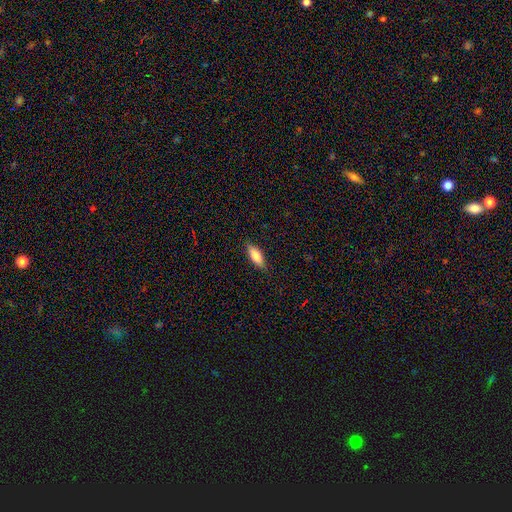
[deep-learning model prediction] Smooth or featured: smooth — 78% (featured or disk — 16%)
How rounded: in between — 65% (cigar-shaped — 33%)
Merging: none — 85% (minor disturbance — 11%)